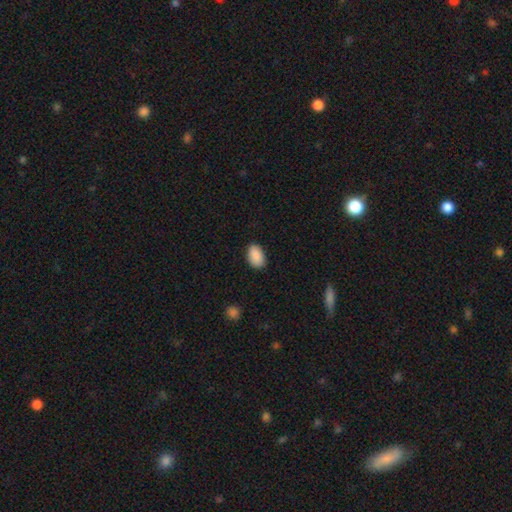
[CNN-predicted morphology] smooth 90%, star or artifact 7%, featured or disk 3%. Down the decision tree: how rounded — in between (90%); merging — none (86%).